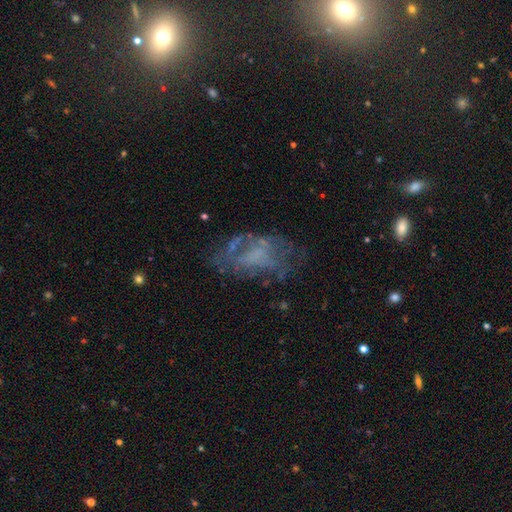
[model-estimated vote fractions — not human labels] A featured or disk galaxy (58%) with no bar (77%), no spiral arms (68%) and no central bulge (65%). Merging: none (50%).